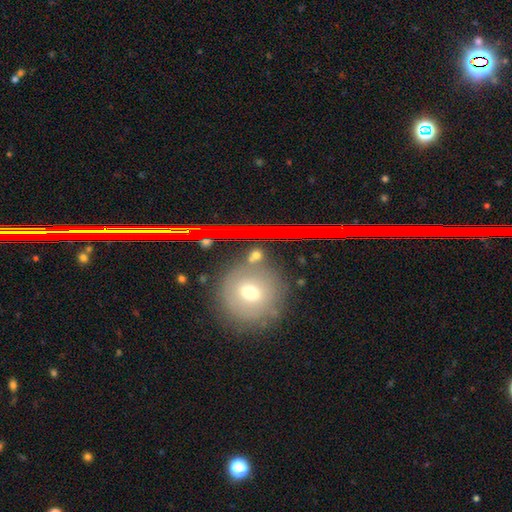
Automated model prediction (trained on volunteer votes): smooth 54%, star or artifact 31%, featured or disk 15%. Down the decision tree: how rounded — round (80%); merging — none (78%).